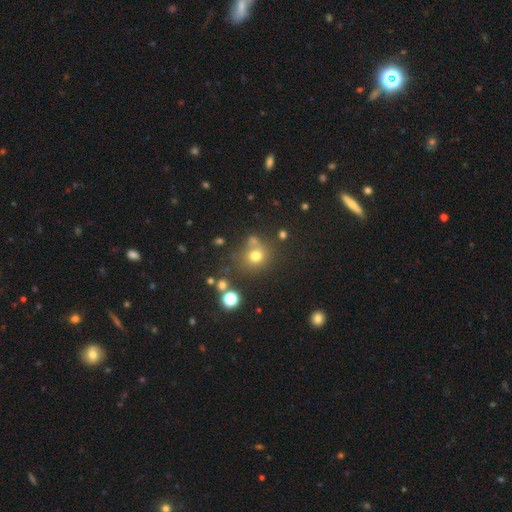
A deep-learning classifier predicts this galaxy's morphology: smooth 70%, star or artifact 20%, featured or disk 10%. Down the decision tree: how rounded — round (86%); merging — none (64%).